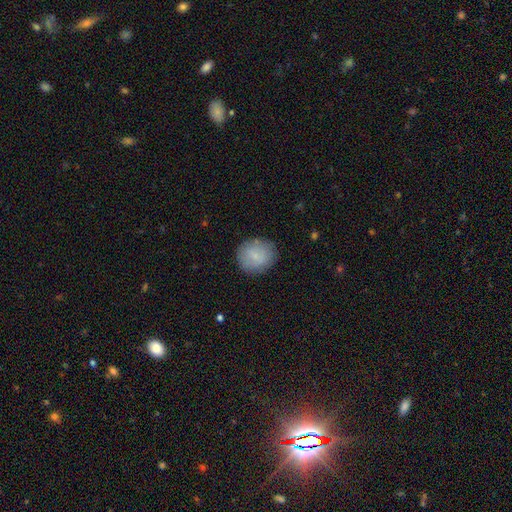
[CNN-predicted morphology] Smooth or featured: smooth — 79% (featured or disk — 13%)
How rounded: round — 80% (in between — 19%)
Merging: none — 84% (minor disturbance — 11%)